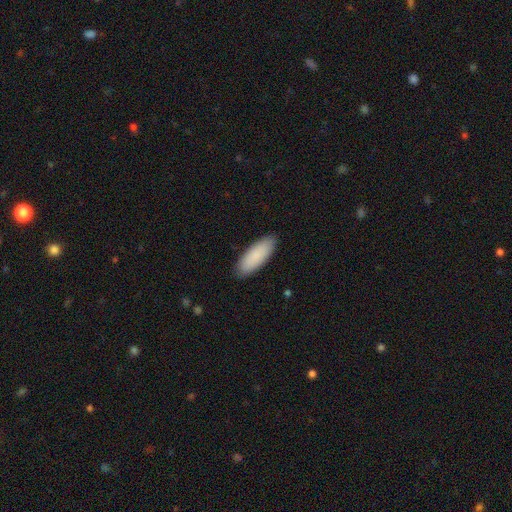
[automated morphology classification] A smooth galaxy with no disk features (88%) that is in between round and cigar-shaped (72%).

Vote fractions:
- Smooth or featured? smooth: 88% / featured or disk: 7% / star or artifact: 5%
- How rounded? in between: 72% / cigar-shaped: 26% / round: 2%
- Merging? none: 88% / minor disturbance: 9% / major disturbance: 2% / merger: 1%